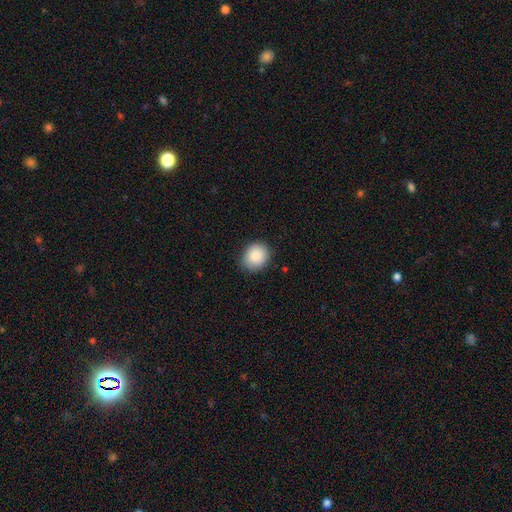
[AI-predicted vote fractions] Morphology: type=smooth (87%); roundness=round (61%); merging=none (82%).